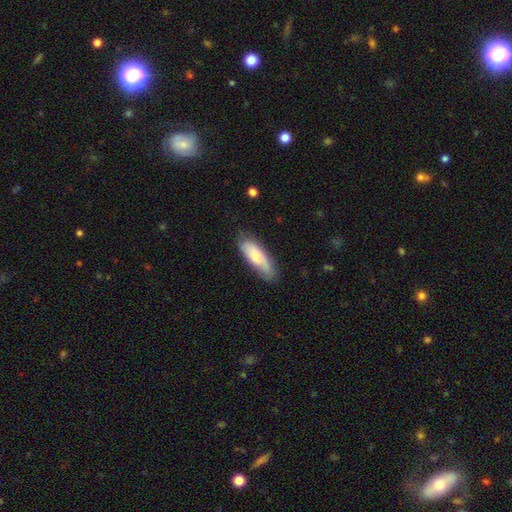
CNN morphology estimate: A smooth galaxy with no disk features (69%) that is in between round and cigar-shaped (61%).

Vote fractions:
- Smooth or featured? smooth: 69% / featured or disk: 25% / star or artifact: 6%
- How rounded? in between: 61% / cigar-shaped: 37% / round: 2%
- Merging? none: 70% / minor disturbance: 23% / major disturbance: 5% / merger: 2%